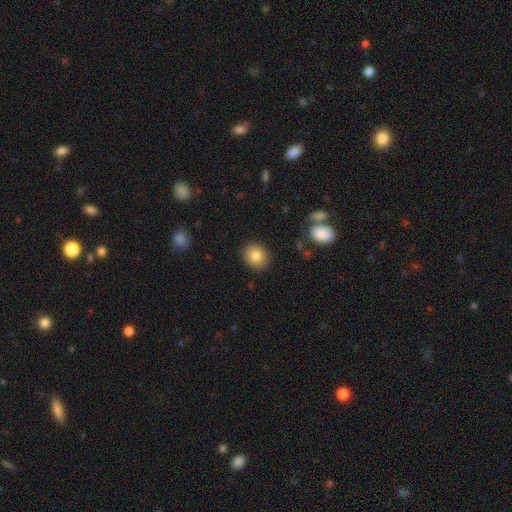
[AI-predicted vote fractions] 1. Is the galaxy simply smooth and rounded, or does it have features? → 81% smooth, 9% star or artifact, 9% featured or disk.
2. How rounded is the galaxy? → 71% round, 28% in between, 1% cigar-shaped.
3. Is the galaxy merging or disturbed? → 89% none, 7% minor disturbance, 2% major disturbance, 2% merger.